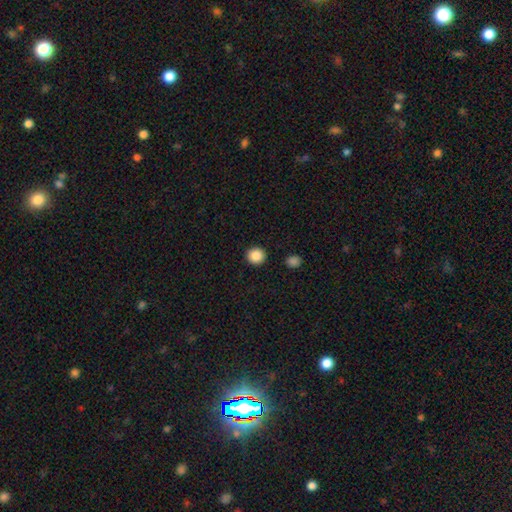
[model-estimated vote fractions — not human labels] The model was most divided on "smooth or featured": smooth: 88%, star or artifact: 9%, featured or disk: 4%. More confident: merging — none (92%); how rounded — round (91%).